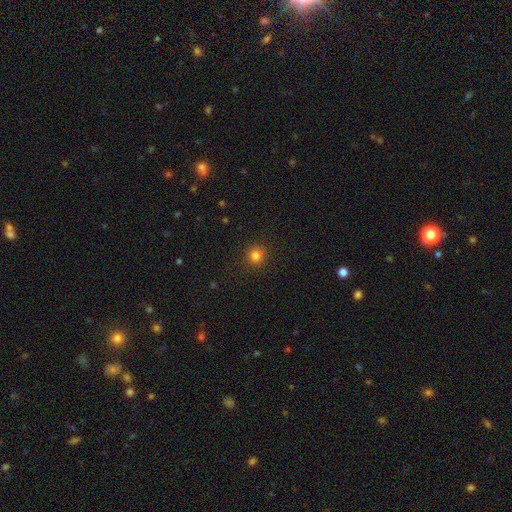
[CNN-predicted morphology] Overall: smooth (81%). How rounded: round (88%). Merging: none (88%).